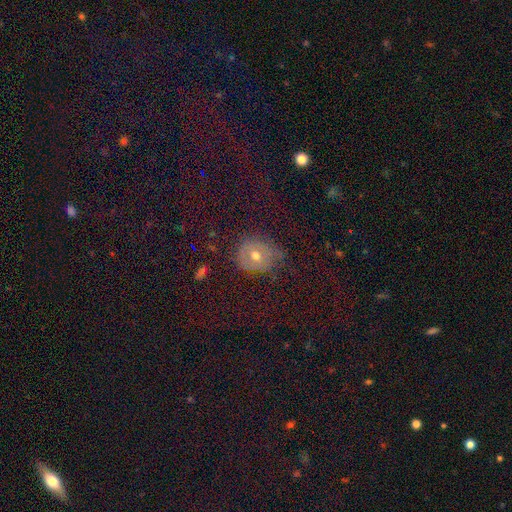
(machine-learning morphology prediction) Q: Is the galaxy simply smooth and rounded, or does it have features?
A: smooth — 55%.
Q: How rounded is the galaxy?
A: round — 72%.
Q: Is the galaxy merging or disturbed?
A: none — 62%.